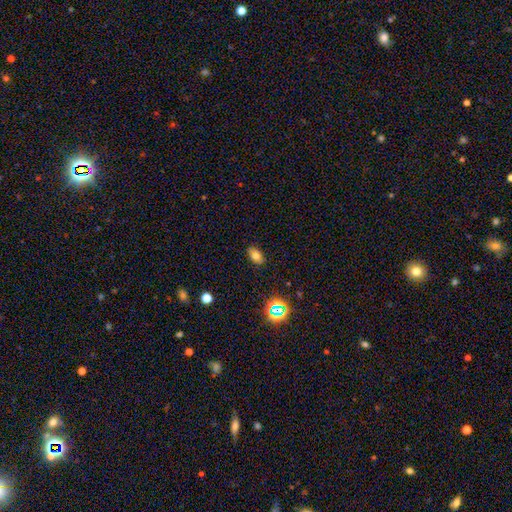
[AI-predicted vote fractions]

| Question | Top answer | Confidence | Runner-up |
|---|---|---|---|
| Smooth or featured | smooth | 71% | star or artifact (15%) |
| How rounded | in between | 88% | round (10%) |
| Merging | none | 85% | minor disturbance (12%) |